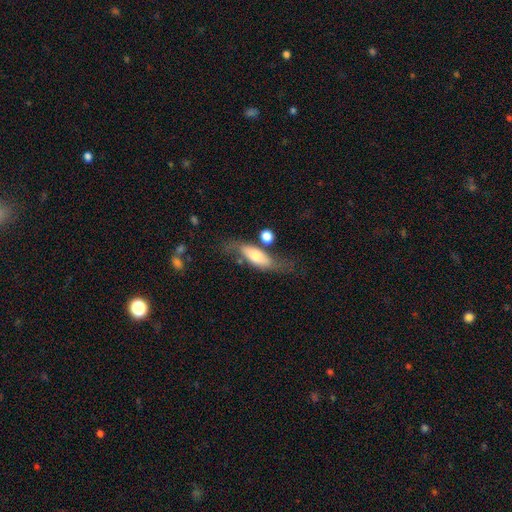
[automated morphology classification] Smooth or featured: smooth — 50% (featured or disk — 43%)
Merging: none — 50% (minor disturbance — 23%)